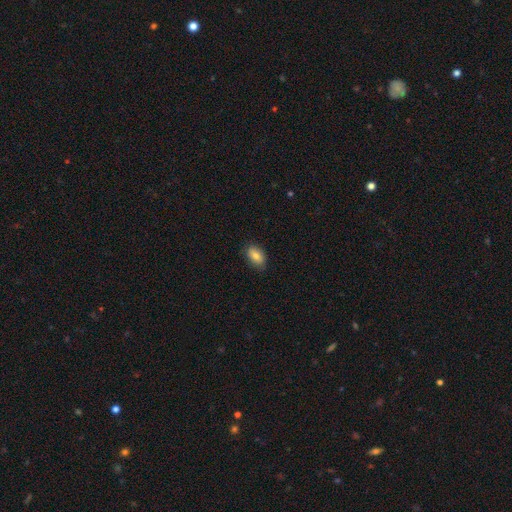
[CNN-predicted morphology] This appears to be a smooth galaxy with no disk features (81%) that is in between round and cigar-shaped (90%). Merging: none (84%).